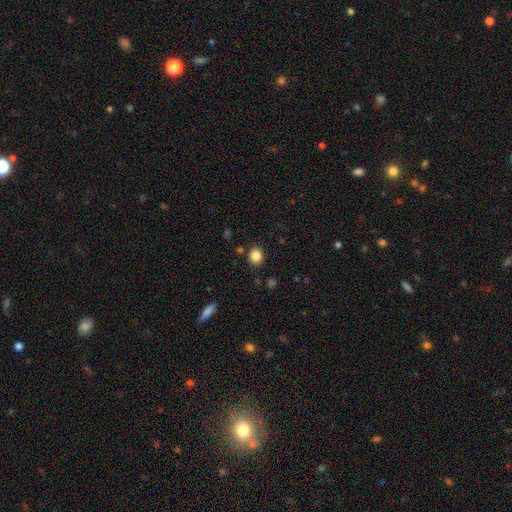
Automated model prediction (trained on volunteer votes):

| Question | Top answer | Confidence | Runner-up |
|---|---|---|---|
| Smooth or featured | smooth | 86% | star or artifact (10%) |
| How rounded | round | 61% | in between (38%) |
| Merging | none | 87% | minor disturbance (8%) |